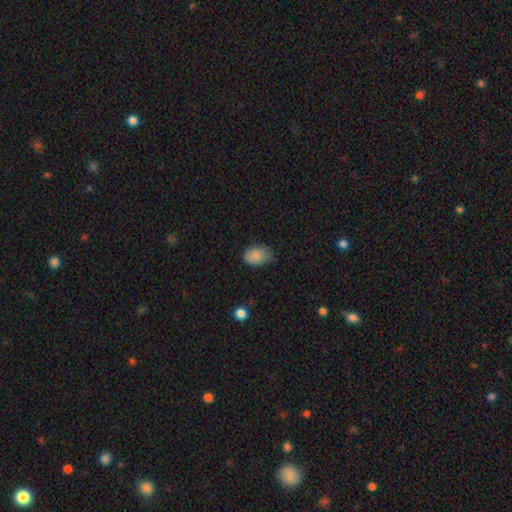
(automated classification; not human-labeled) Q: Smooth or featured?
A: smooth (85%); runner-up: star or artifact (8%)
Q: How rounded?
A: in between (79%); runner-up: round (20%)
Q: Merging?
A: none (61%); runner-up: minor disturbance (32%)